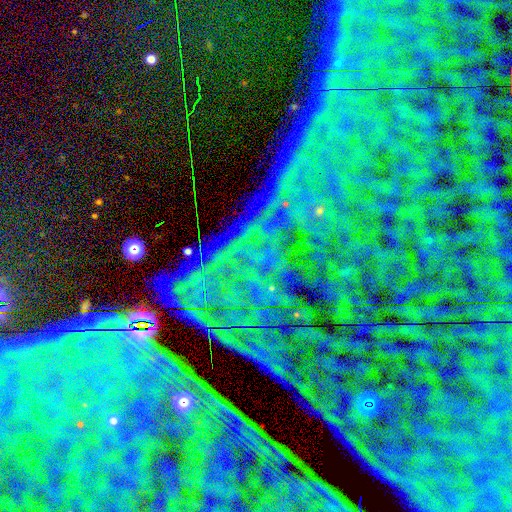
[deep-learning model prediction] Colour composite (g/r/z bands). It shows a star or artifact, not a galaxy (85%).